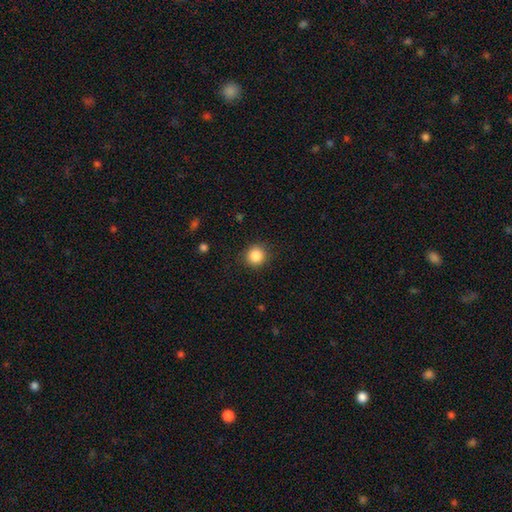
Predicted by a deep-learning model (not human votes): Q: Smooth or featured?
A: smooth (86%); runner-up: star or artifact (10%)
Q: How rounded?
A: round (91%); runner-up: in between (8%)
Q: Merging?
A: none (88%); runner-up: minor disturbance (8%)